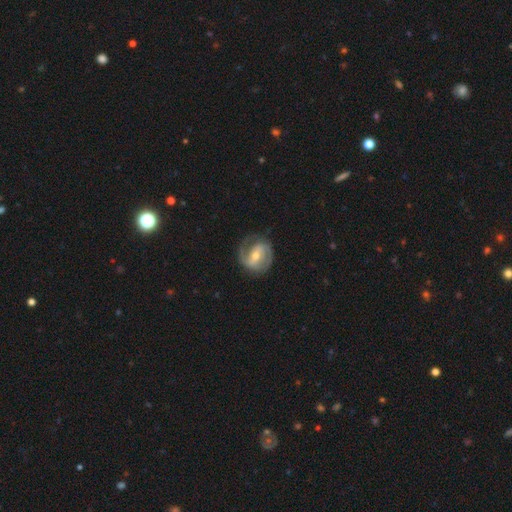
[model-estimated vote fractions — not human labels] Overall: featured or disk (81%). Edge-on disk: no (97%). Bar: weak (43%; strong 33%). Spiral arms: yes (92%). Spiral arm count: 2 (81%). Spiral winding: medium (47%; tight 34%). Bulge size: moderate (57%; small 38%). Merging: none (73%).